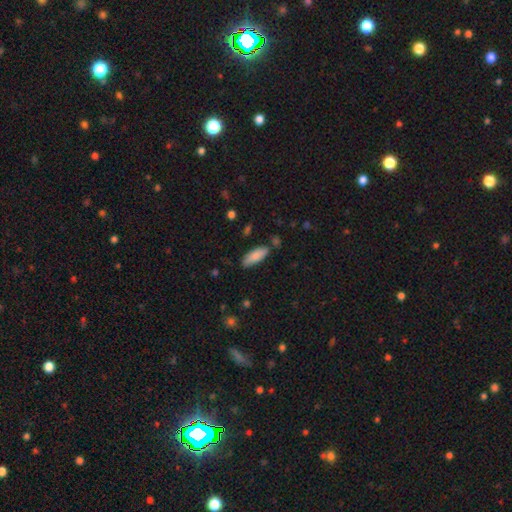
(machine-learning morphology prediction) This appears to be a smooth galaxy with no disk features (85%) that is in between round and cigar-shaped (66%). Merging: none (79%).